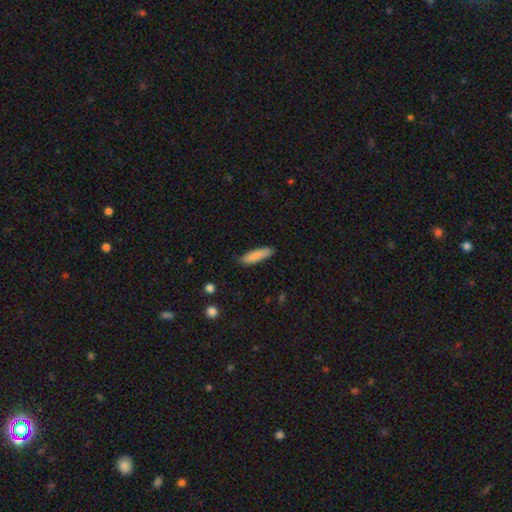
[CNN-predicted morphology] Smooth or featured: smooth — 85% (featured or disk — 9%)
How rounded: cigar-shaped — 63% (in between — 35%)
Merging: none — 84% (minor disturbance — 13%)